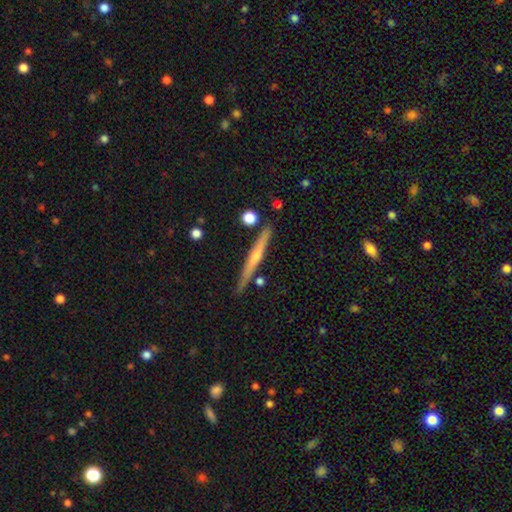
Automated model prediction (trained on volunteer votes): Smooth or featured? Predicted: featured or disk (p=0.73). Edge-on disk? Predicted: yes (p=0.97). Edge-on bulge? Predicted: rounded (p=0.80). Merging? Predicted: none (p=0.85).